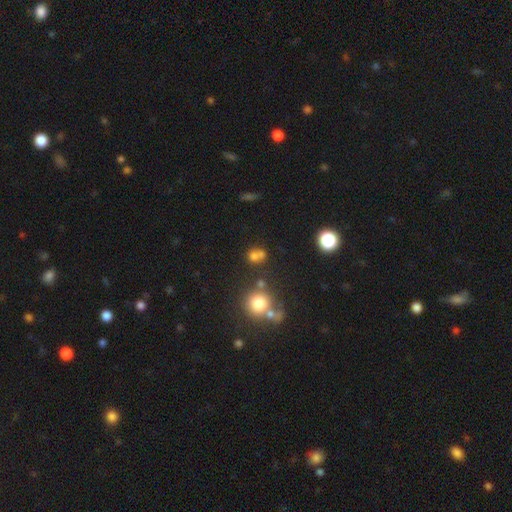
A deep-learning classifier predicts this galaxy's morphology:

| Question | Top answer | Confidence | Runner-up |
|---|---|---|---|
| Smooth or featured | smooth | 68% | star or artifact (19%) |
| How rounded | round | 72% | in between (26%) |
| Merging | none | 44% | merger (39%) |